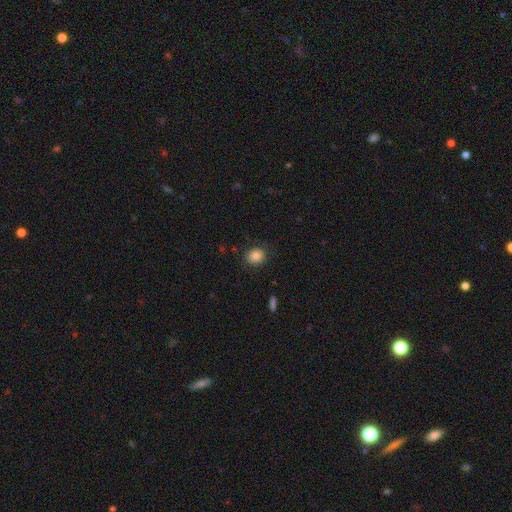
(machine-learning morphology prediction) Q: Smooth or featured?
A: smooth (86%); runner-up: star or artifact (9%)
Q: How rounded?
A: round (65%); runner-up: in between (34%)
Q: Merging?
A: none (83%); runner-up: minor disturbance (12%)